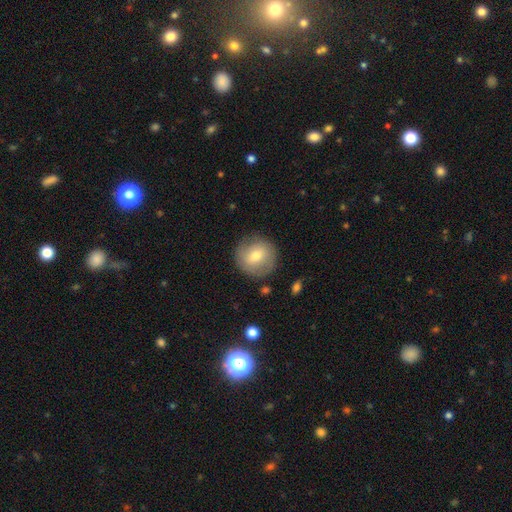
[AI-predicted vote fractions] This appears to be a smooth galaxy with no disk features (68%) that is round (93%). Merging: none (85%).